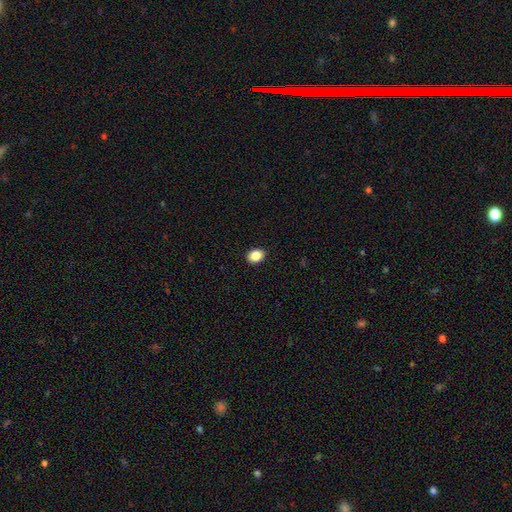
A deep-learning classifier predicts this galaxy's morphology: smooth_or_featured: smooth (p=0.87) [alt: star or artifact p=0.09]
how_rounded: in between (p=0.62) [alt: round p=0.37]
merging: none (p=0.91) [alt: minor disturbance p=0.06]